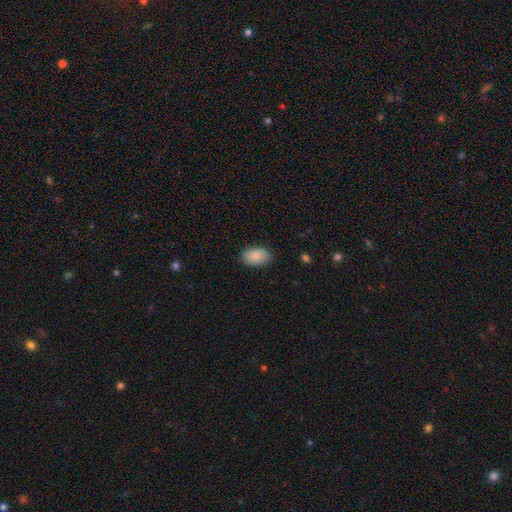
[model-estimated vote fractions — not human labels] Overall: smooth (89%). How rounded: in between (91%). Merging: none (86%).